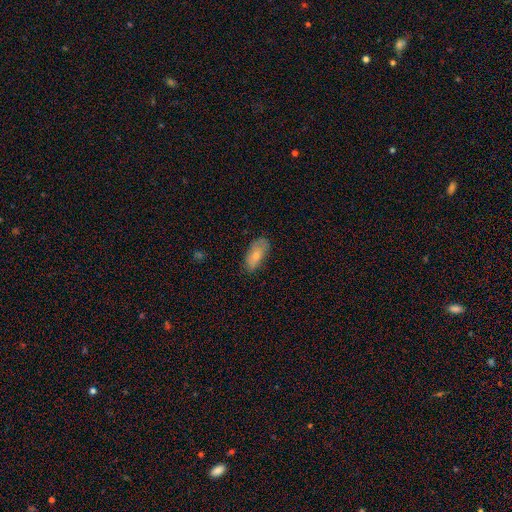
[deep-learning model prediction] smooth 74%, featured or disk 20%, star or artifact 7%. Down the decision tree: how rounded — in between (87%); merging — none (72%).